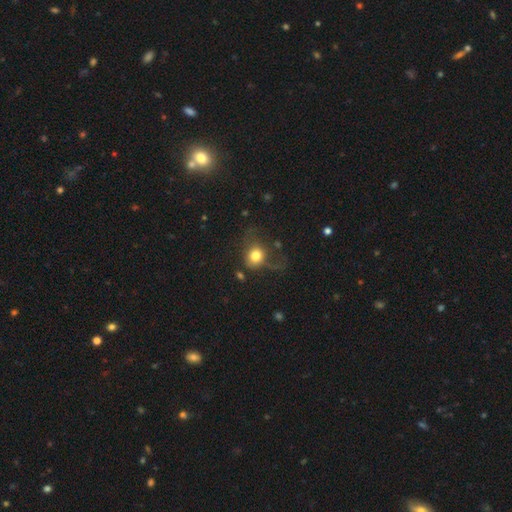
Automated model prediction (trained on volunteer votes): A smooth galaxy with no disk features (76%) that is round (72%).

Vote fractions:
- Smooth or featured? smooth: 76% / featured or disk: 13% / star or artifact: 10%
- How rounded? round: 72% / in between: 27% / cigar-shaped: 1%
- Merging? none: 41% / major disturbance: 33% / minor disturbance: 22% / merger: 4%